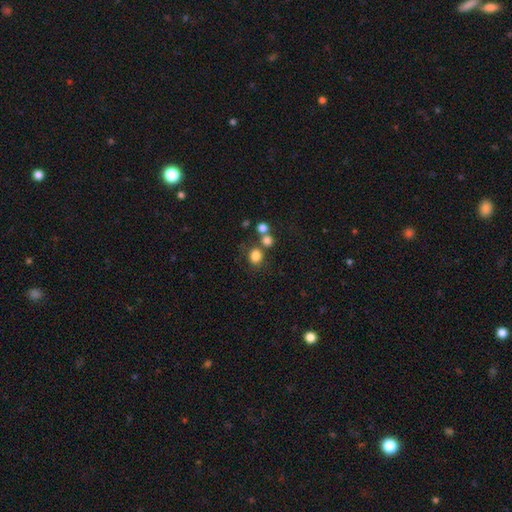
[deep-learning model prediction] smooth-or-featured: smooth: 80% | star or artifact: 13% | featured or disk: 7%
  how-rounded: round: 76% | in between: 23% | cigar-shaped: 1%
  merging: none: 64% | merger: 21% | minor disturbance: 10% | major disturbance: 5%